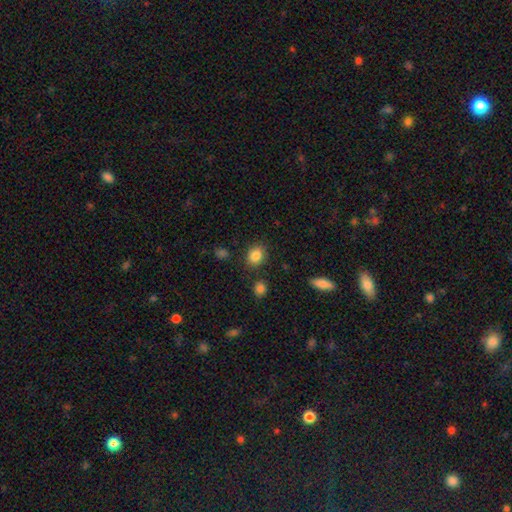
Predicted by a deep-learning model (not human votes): smooth 85%, star or artifact 9%, featured or disk 5%. Down the decision tree: how rounded — round (55%); merging — none (84%).